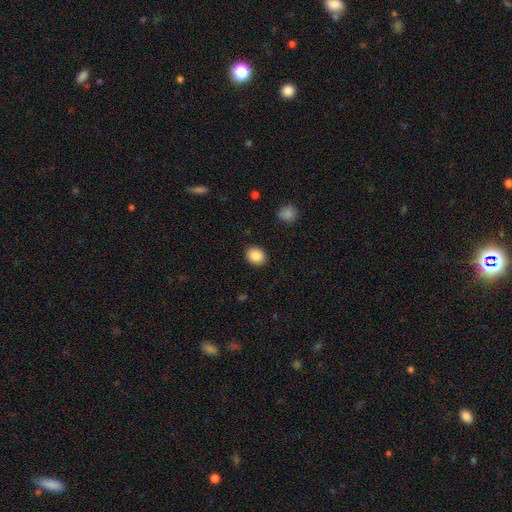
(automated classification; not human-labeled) Q: Smooth or featured?
A: smooth (88%); runner-up: star or artifact (8%)
Q: How rounded?
A: round (60%); runner-up: in between (39%)
Q: Merging?
A: none (90%); runner-up: minor disturbance (7%)